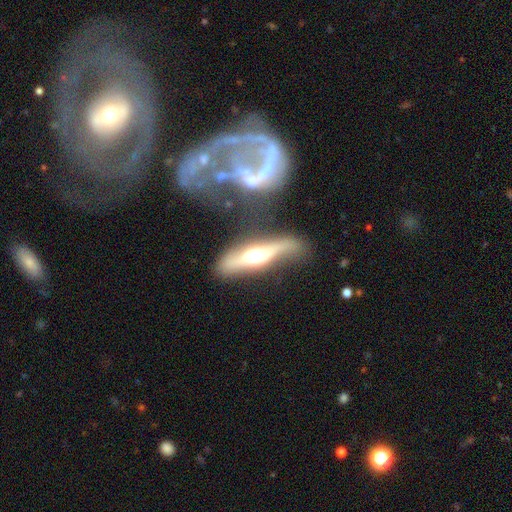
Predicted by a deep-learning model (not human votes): featured or disk 65%, smooth 28%, star or artifact 7%. Down the decision tree: edge-on disk — yes (76%); merging — none (60%).